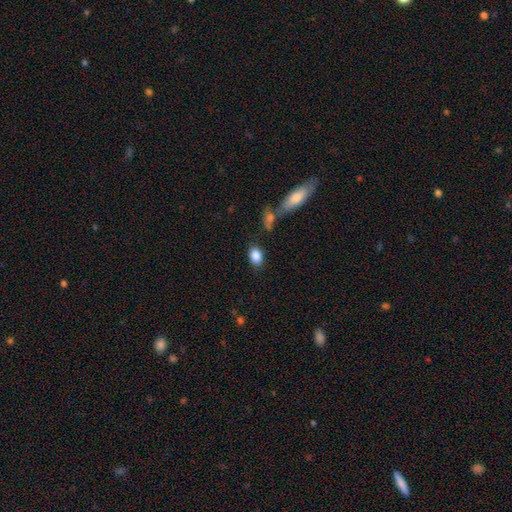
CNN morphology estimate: smooth 87%, star or artifact 8%, featured or disk 6%. Down the decision tree: how rounded — in between (82%); merging — none (80%).